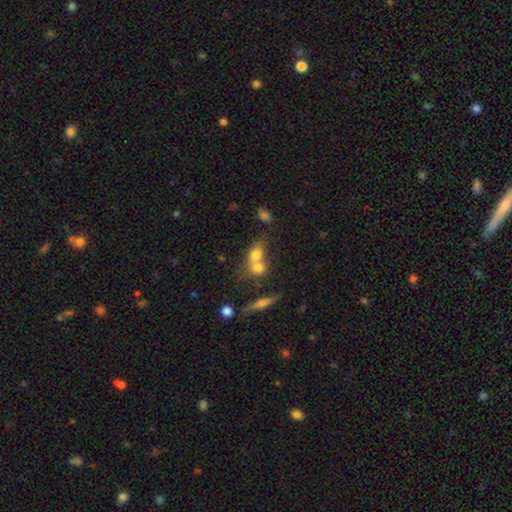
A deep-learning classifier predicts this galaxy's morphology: Smooth or featured: smooth — 69% (featured or disk — 19%)
How rounded: in between — 57% (round — 38%)
Merging: merger — 60% (none — 27%)